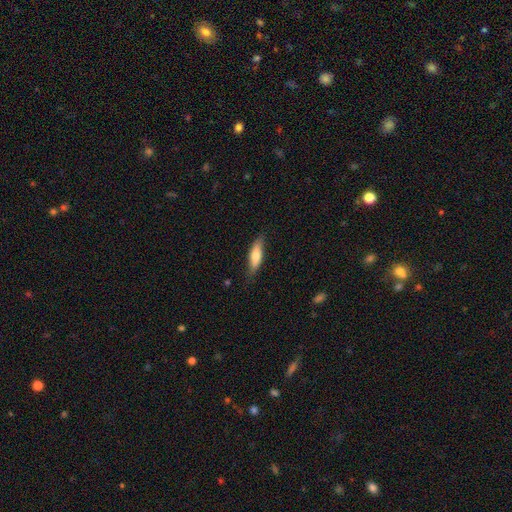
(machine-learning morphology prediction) Smooth or featured: smooth — 68% (featured or disk — 27%)
How rounded: in between — 49% (tied with cigar-shaped — 49%)
Merging: none — 75% (minor disturbance — 20%)